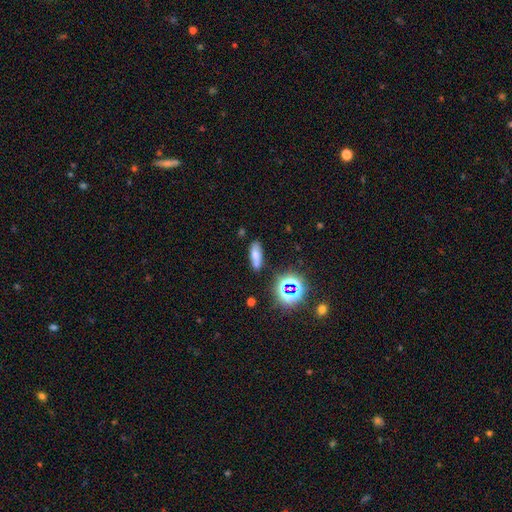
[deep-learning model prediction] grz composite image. It shows a smooth galaxy with no disk features (67%) that is in between round and cigar-shaped (58%). Merging: none (70%).